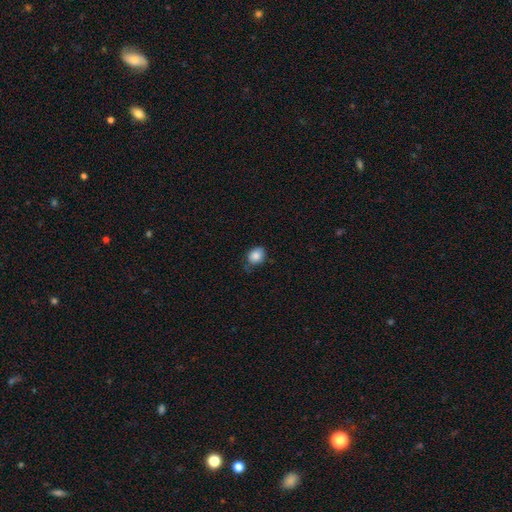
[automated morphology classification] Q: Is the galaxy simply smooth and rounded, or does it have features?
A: smooth — 86%.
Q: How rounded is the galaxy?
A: in between — 54%.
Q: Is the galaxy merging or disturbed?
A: none — 60%.